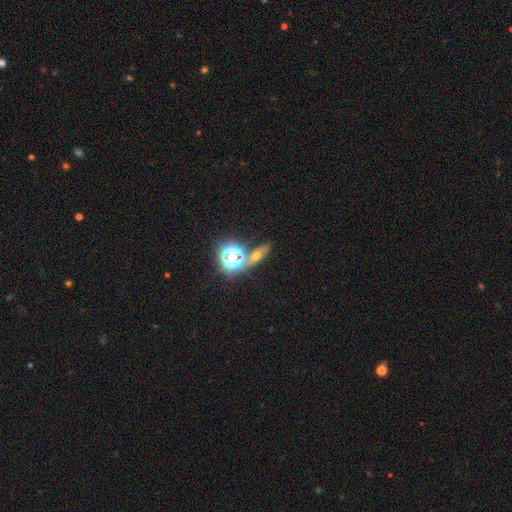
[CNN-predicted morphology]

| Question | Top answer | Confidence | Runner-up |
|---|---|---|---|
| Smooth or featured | star or artifact | 42% | smooth (36%) |